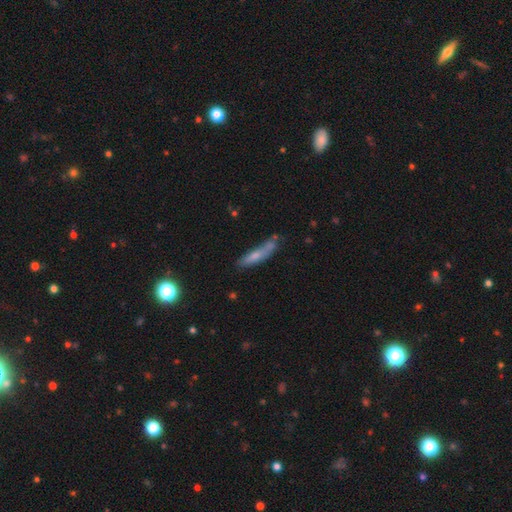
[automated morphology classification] The model was most divided on "merging": none: 54%, minor disturbance: 26%, merger: 11%, major disturbance: 9%. More confident: how rounded — cigar-shaped (80%); smooth or featured — smooth (67%).